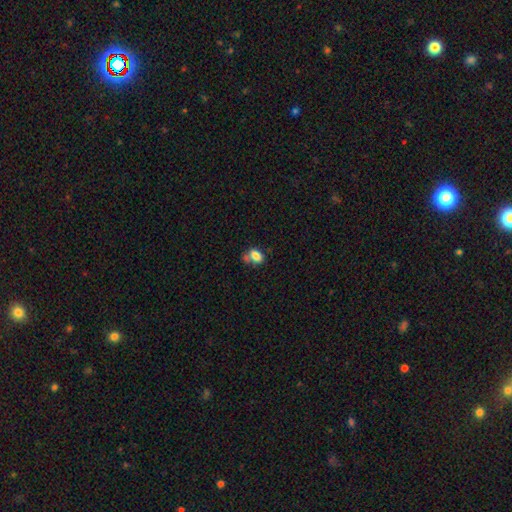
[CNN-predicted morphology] smooth 78%, star or artifact 11%, featured or disk 11%. Down the decision tree: how rounded — in between (81%); merging — none (43%).